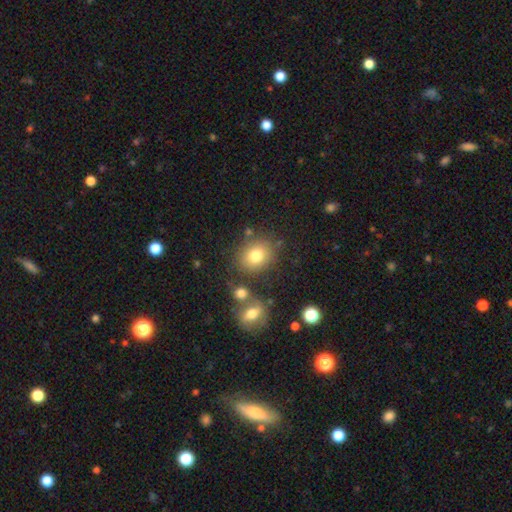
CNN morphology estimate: Smooth or featured: smooth — 78% (star or artifact — 12%)
How rounded: round — 62% (in between — 37%)
Merging: none — 73% (minor disturbance — 11%)